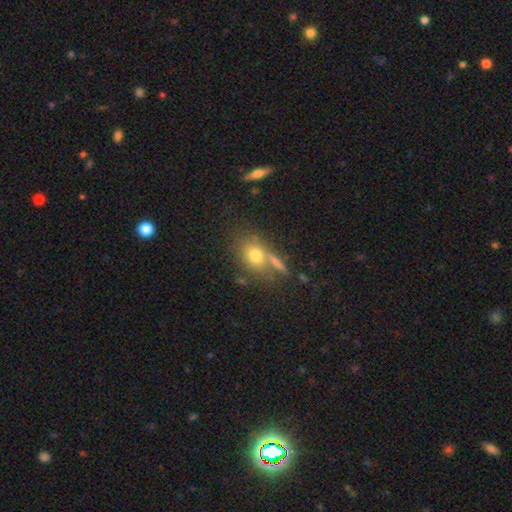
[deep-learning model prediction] Smooth or featured: smooth — 73% (featured or disk — 15%)
How rounded: in between — 50% (round — 47%)
Merging: none — 60% (merger — 20%)